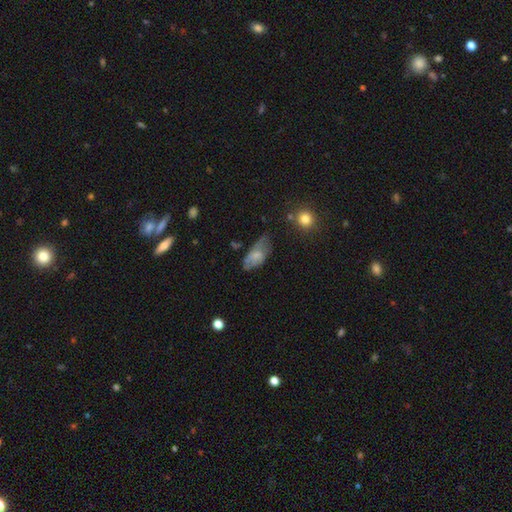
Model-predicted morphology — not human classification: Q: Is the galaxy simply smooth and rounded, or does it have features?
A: smooth — 57%.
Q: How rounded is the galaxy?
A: in between — 91%.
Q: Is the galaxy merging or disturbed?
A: none — 41%.